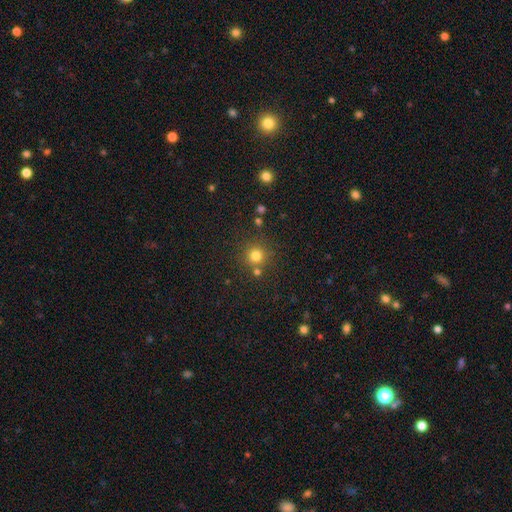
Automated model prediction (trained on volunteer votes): This appears to be a smooth galaxy with no disk features (78%) that is round (94%). Merging: none (78%).